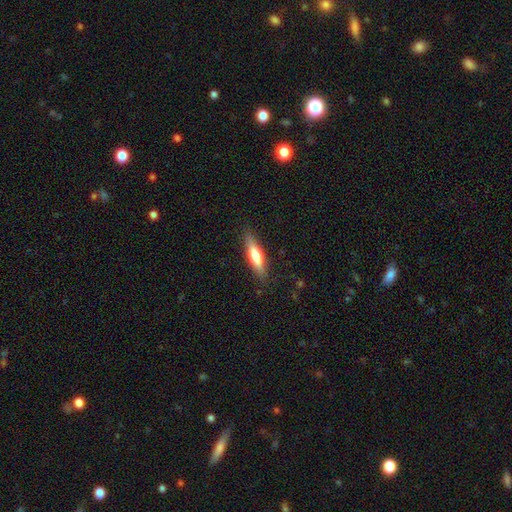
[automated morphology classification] smooth_or_featured: smooth (p=0.58) [alt: featured or disk p=0.36]
how_rounded: cigar-shaped (p=0.70) [alt: in between p=0.29]
merging: none (p=0.85) [alt: minor disturbance p=0.11]